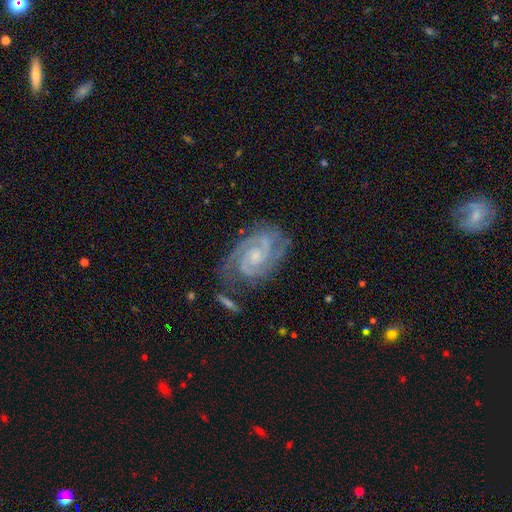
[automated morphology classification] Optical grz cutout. It shows a featured or disk galaxy (91%) with no bar (56%), 2 (80%) tight (60%) spiral arms (98%) and a small central bulge (64%). Merging: none (71%).